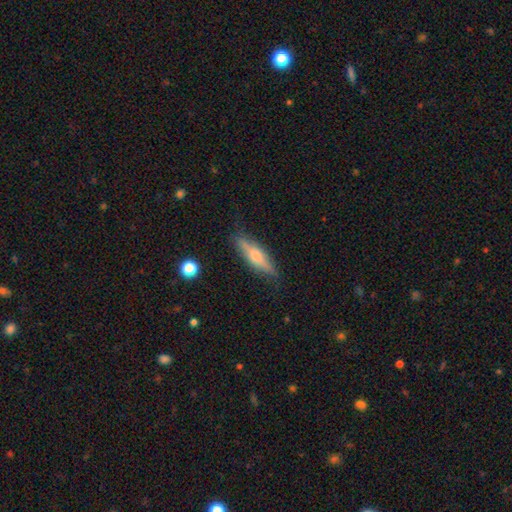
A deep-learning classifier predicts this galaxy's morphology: Overall: featured or disk (47%, tied with smooth). Merging: none (84%).